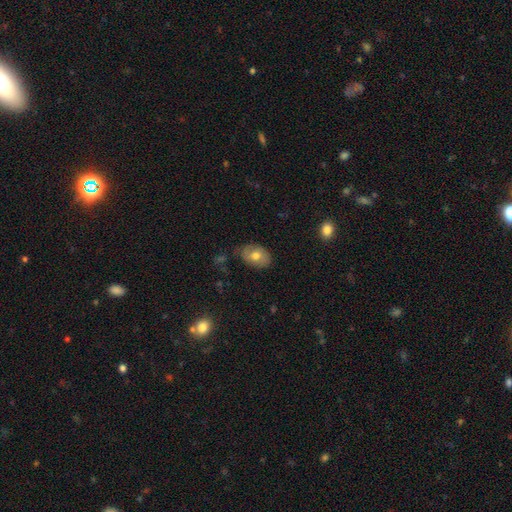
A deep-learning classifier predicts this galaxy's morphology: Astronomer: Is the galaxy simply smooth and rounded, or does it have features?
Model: smooth — 65%.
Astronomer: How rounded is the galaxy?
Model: in between — 80%.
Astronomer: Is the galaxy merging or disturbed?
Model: none — 72%.